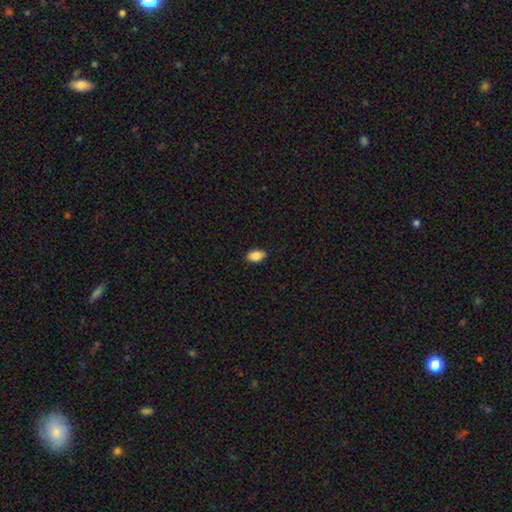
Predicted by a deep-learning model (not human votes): Overall: smooth (87%). How rounded: in between (91%). Merging: none (89%).